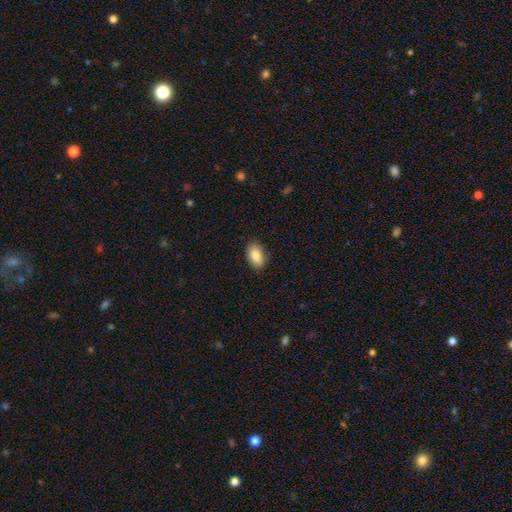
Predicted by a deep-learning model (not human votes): This appears to be a smooth galaxy with no disk features (85%) that is in between round and cigar-shaped (90%). Merging: none (86%).